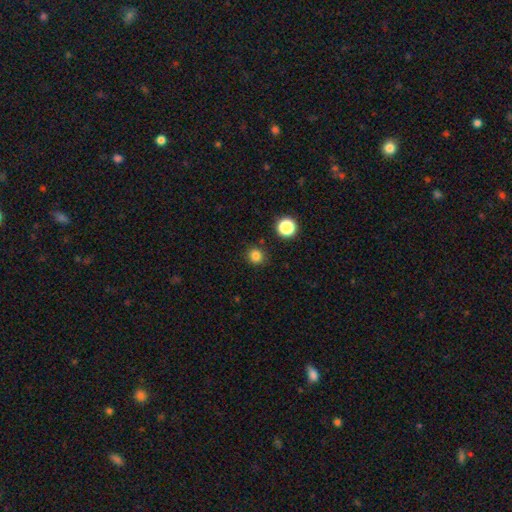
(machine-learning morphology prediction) A smooth galaxy with no disk features (82%) that is round (90%). Merging: none (88%).